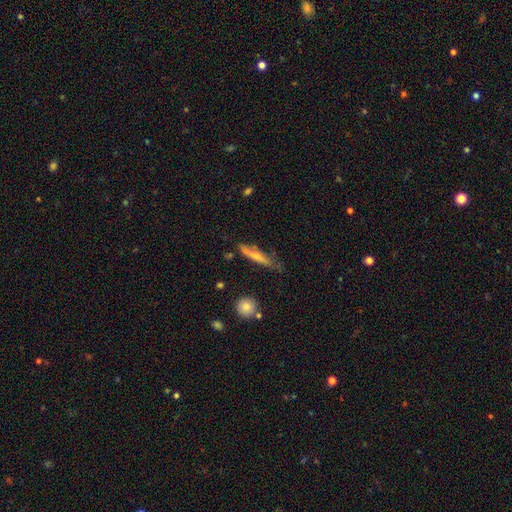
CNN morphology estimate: Smooth or featured? Predicted: smooth (p=0.58). How rounded? Predicted: cigar-shaped (p=0.84). Merging? Predicted: none (p=0.64).